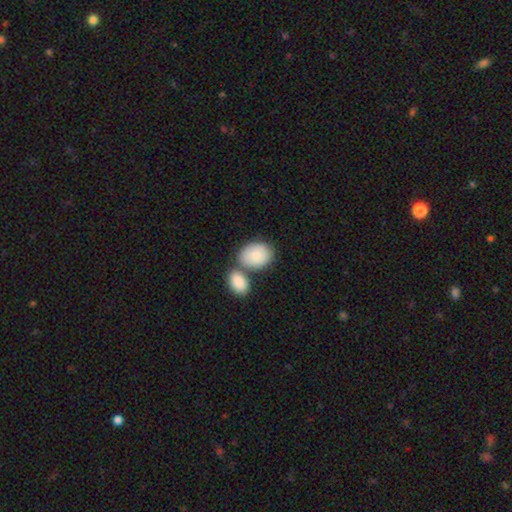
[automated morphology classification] smooth_or_featured: smooth (p=0.84) [alt: featured or disk p=0.11]
how_rounded: in between (p=0.77) [alt: round p=0.22]
merging: none (p=0.46) [alt: merger p=0.37]